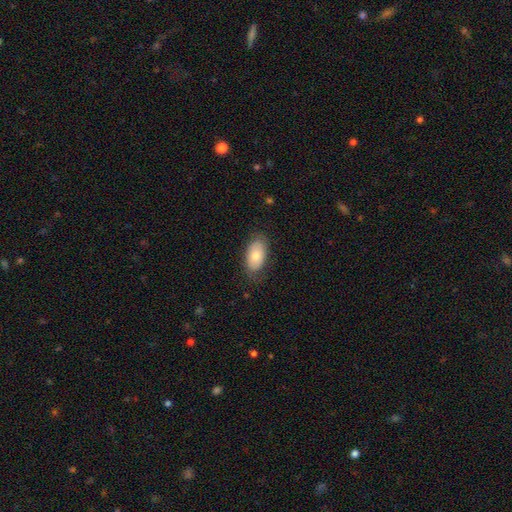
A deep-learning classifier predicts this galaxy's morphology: This appears to be a smooth galaxy with no disk features (73%) that is in between round and cigar-shaped (94%). Merging: none (78%).